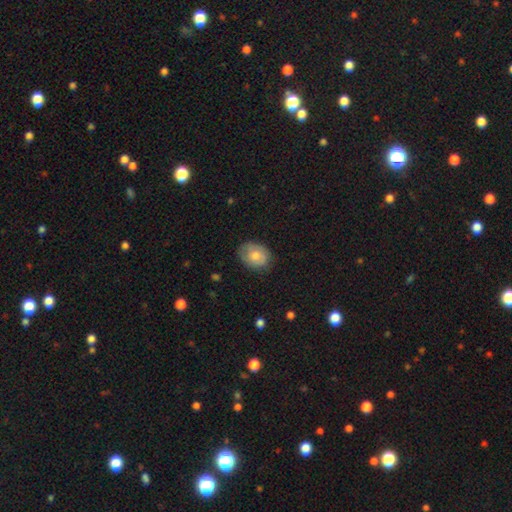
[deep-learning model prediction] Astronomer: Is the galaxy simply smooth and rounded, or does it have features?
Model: smooth — 69%.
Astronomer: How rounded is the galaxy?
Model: in between — 57% (runner-up: round, 42%).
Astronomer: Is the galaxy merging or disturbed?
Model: none — 77%.